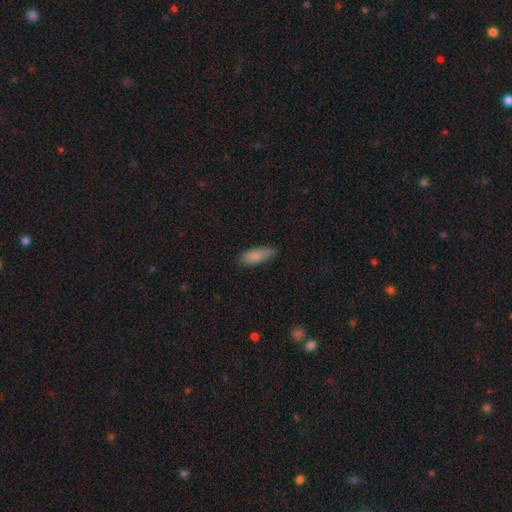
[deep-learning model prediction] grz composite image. It shows a smooth galaxy with no disk features (86%) that is in between round and cigar-shaped (66%). Merging: none (79%).